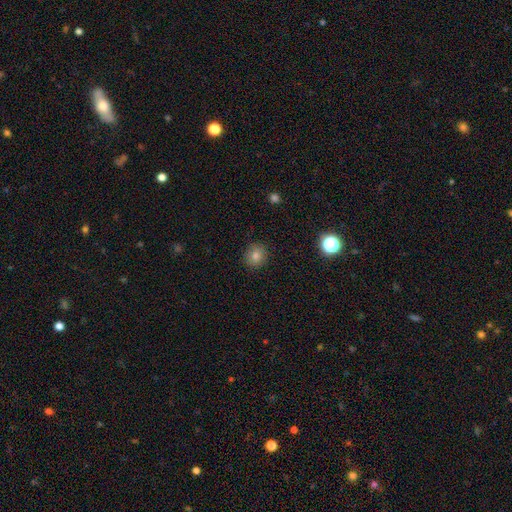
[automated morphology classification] smooth 78%, star or artifact 14%, featured or disk 8%. Down the decision tree: how rounded — round (86%); merging — none (90%).